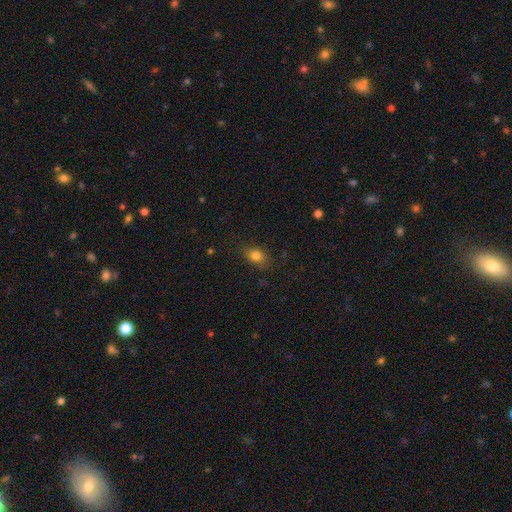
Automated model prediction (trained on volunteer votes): smooth-or-featured: smooth: 80% | star or artifact: 11% | featured or disk: 8%
  how-rounded: in between: 61% | round: 36% | cigar-shaped: 3%
  merging: none: 76% | minor disturbance: 18% | major disturbance: 5% | merger: 1%